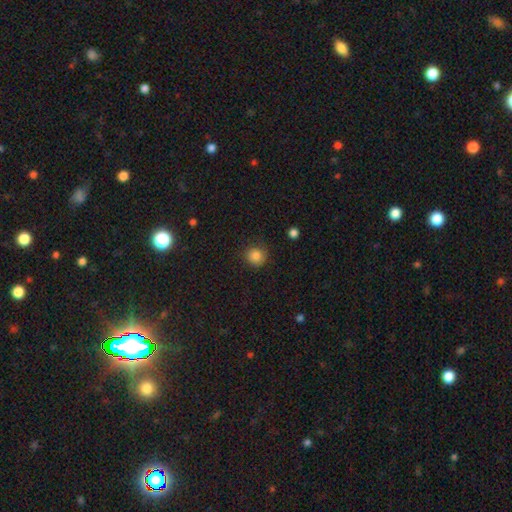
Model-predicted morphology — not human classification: This appears to be a smooth galaxy with no disk features (83%) that is round (90%). Merging: none (77%).